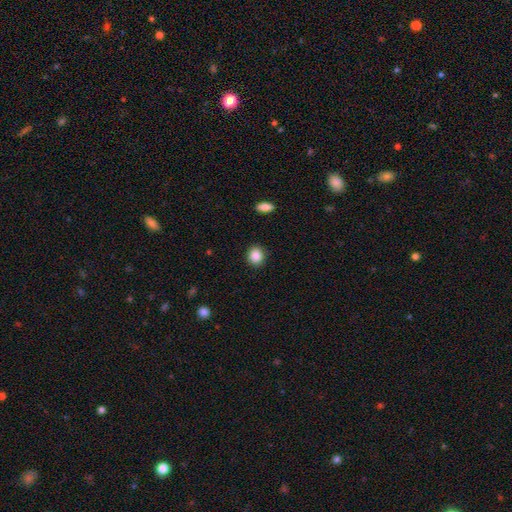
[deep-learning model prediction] Smooth or featured?
  - smooth: 87% *
  - star or artifact: 9%
  - featured or disk: 4%
How rounded?
  - round: 79% *
  - in between: 20%
  - cigar-shaped: 1%
Merging?
  - none: 90% *
  - minor disturbance: 7%
  - major disturbance: 2%
  - merger: 1%